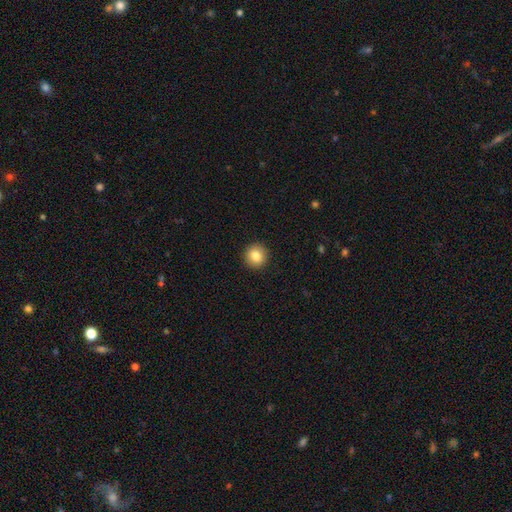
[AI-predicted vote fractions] A smooth galaxy with no disk features (84%) that is round (93%).

Vote fractions:
- Smooth or featured? smooth: 84% / star or artifact: 9% / featured or disk: 7%
- How rounded? round: 93% / in between: 6% / cigar-shaped: 1%
- Merging? none: 93% / minor disturbance: 5% / major disturbance: 2% / merger: 1%